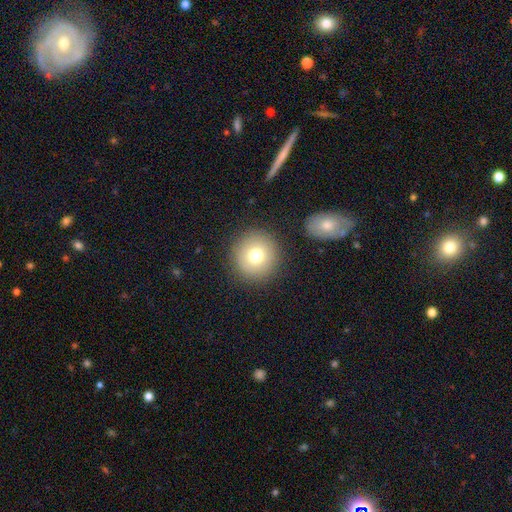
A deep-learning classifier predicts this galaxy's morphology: Smooth or featured?
  - smooth: 76% *
  - featured or disk: 13%
  - star or artifact: 11%
How rounded?
  - round: 94% *
  - in between: 5%
  - cigar-shaped: 1%
Merging?
  - none: 89% *
  - minor disturbance: 6%
  - major disturbance: 3%
  - merger: 2%